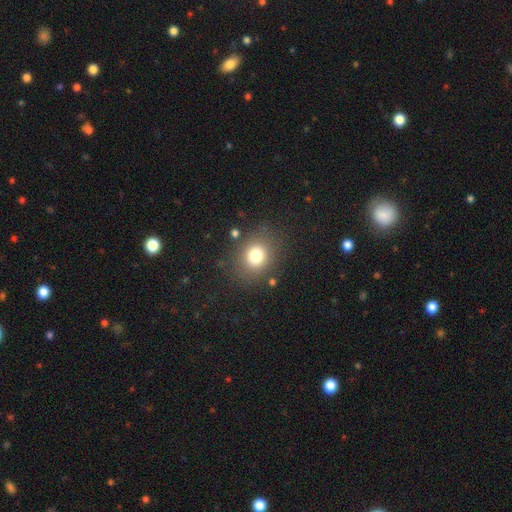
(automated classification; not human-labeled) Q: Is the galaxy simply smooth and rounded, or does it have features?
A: smooth — 77%.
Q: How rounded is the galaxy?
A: round — 69%.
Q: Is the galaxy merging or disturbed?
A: none — 81%.